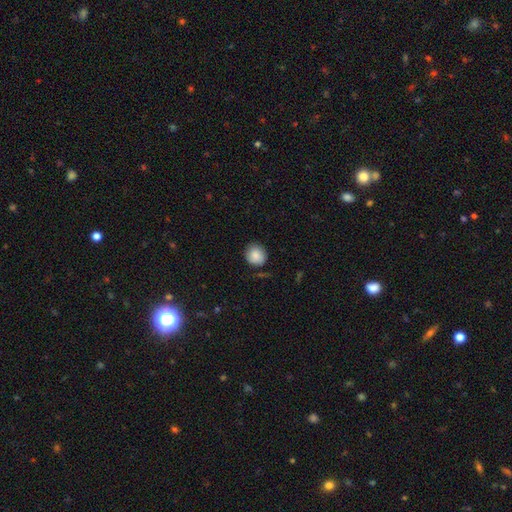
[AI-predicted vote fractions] Q: Smooth or featured?
A: smooth (85%); runner-up: star or artifact (8%)
Q: How rounded?
A: round (84%); runner-up: in between (15%)
Q: Merging?
A: none (79%); runner-up: minor disturbance (16%)